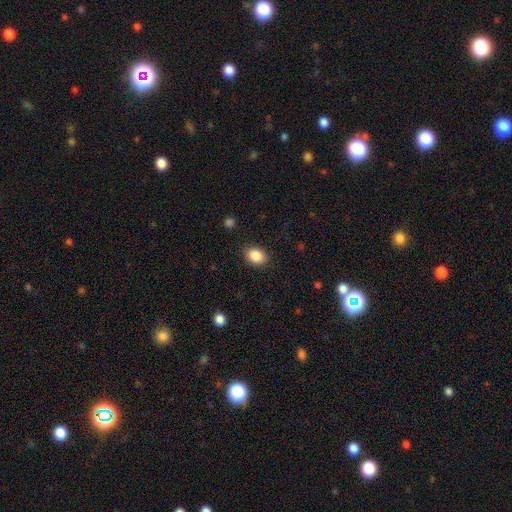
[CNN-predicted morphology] A smooth galaxy with no disk features (87%) that is in between round and cigar-shaped (60%).

Vote fractions:
- Smooth or featured? smooth: 87% / star or artifact: 9% / featured or disk: 5%
- How rounded? in between: 60% / round: 39% / cigar-shaped: 1%
- Merging? none: 86% / minor disturbance: 10% / major disturbance: 3% / merger: 1%